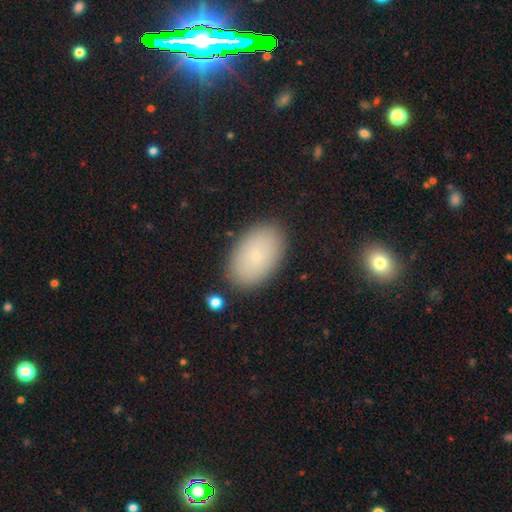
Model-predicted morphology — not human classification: Smooth or featured?
  - smooth: 81% *
  - featured or disk: 11%
  - star or artifact: 8%
How rounded?
  - in between: 93% *
  - round: 5%
  - cigar-shaped: 1%
Merging?
  - none: 88% *
  - minor disturbance: 9%
  - major disturbance: 2%
  - merger: 2%